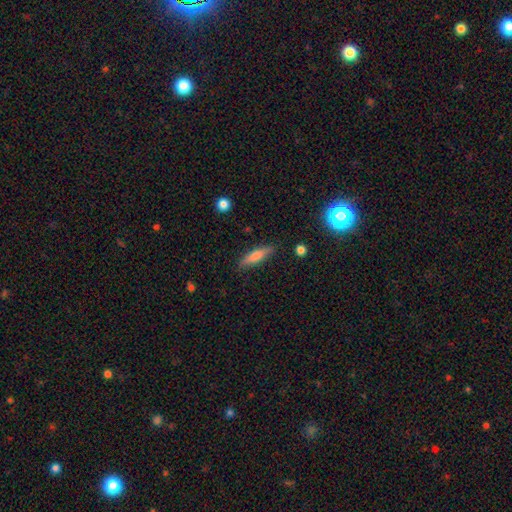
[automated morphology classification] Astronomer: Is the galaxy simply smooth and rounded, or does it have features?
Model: smooth — 60%.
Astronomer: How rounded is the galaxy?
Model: cigar-shaped — 75%.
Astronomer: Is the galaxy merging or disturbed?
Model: none — 87%.